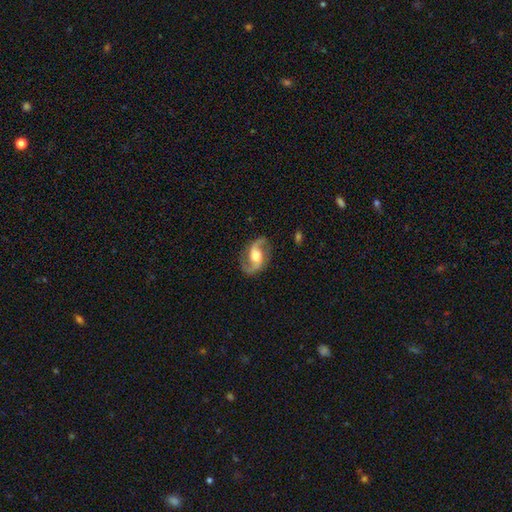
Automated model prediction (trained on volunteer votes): smooth-or-featured: featured or disk: 90% | smooth: 6% | star or artifact: 5%
  disk-edge-on: no: 97% | yes: 3%
    bar: no: 44% | weak: 40% | strong: 16%
    has-spiral-arms: yes: 97% | no: 3%
      spiral-winding: loose: 52% | medium: 40% | tight: 8%
      spiral-arm-count: 2: 94% | 1: 2% | can't tell: 2% | 3: 1% | 4: 1% | more than 4: 1%
    bulge-size: moderate: 65% | large: 18% | small: 14% | none: 2% | dominant: 2%
  merging: none: 83% | minor disturbance: 11% | major disturbance: 5% | merger: 1%